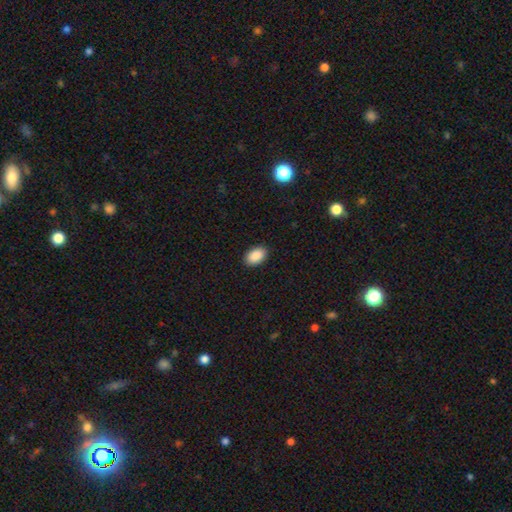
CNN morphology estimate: Smooth or featured?
  - smooth: 90% *
  - star or artifact: 7%
  - featured or disk: 3%
How rounded?
  - in between: 90% *
  - round: 9%
  - cigar-shaped: 1%
Merging?
  - none: 90% *
  - minor disturbance: 7%
  - major disturbance: 2%
  - merger: 1%